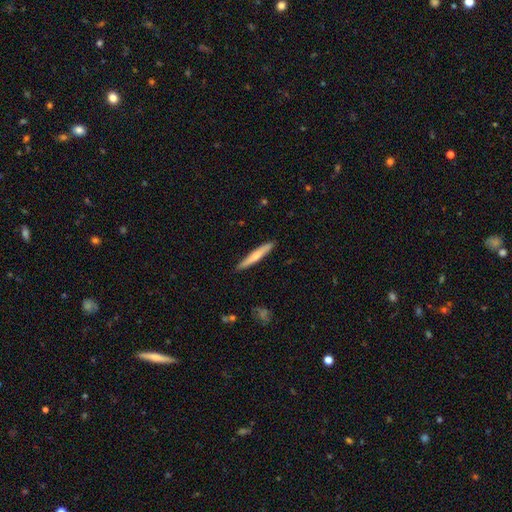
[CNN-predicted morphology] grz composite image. It shows a smooth galaxy with no disk features (62%) that is cigar-shaped (95%). Merging: none (90%).